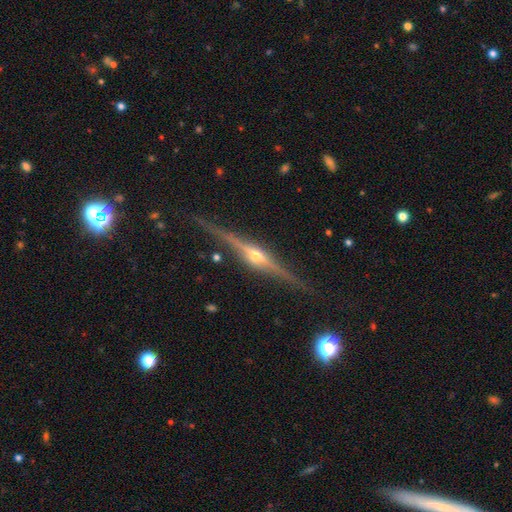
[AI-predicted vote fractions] smooth_or_featured: featured or disk (p=0.88) [alt: smooth p=0.06]
disk_edge_on: yes (p=0.98) [alt: no p=0.02]
edge_on_bulge: rounded (p=0.93) [alt: boxy p=0.05]
merging: none (p=0.87) [alt: minor disturbance p=0.10]